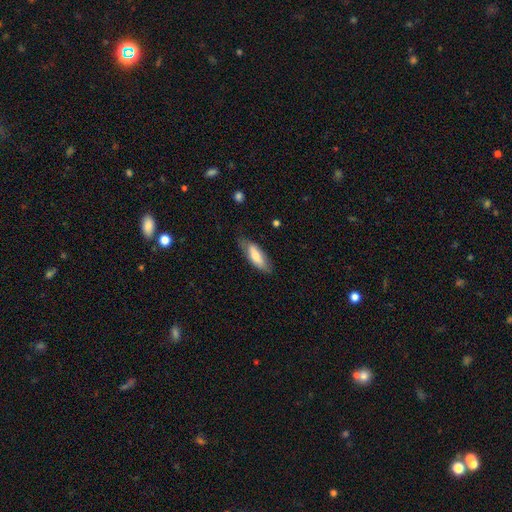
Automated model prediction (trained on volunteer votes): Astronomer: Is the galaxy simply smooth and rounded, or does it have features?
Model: smooth — 74%.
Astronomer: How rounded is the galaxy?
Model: in between — 64%.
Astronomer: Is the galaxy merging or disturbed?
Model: none — 65%.